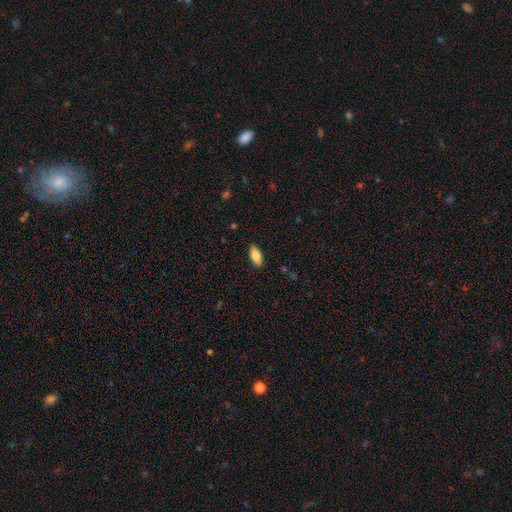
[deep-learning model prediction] smooth_or_featured: smooth (p=0.80) [alt: featured or disk p=0.13]
how_rounded: in between (p=0.87) [alt: cigar-shaped p=0.11]
merging: none (p=0.89) [alt: minor disturbance p=0.08]